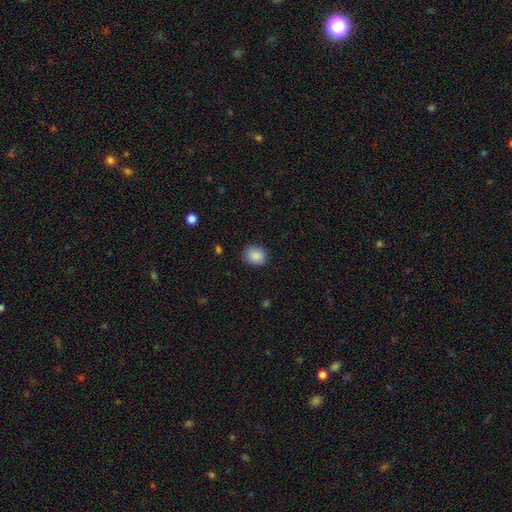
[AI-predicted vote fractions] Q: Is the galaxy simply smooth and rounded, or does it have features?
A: smooth — 89%.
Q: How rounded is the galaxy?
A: round — 61%.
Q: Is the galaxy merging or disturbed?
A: none — 86%.